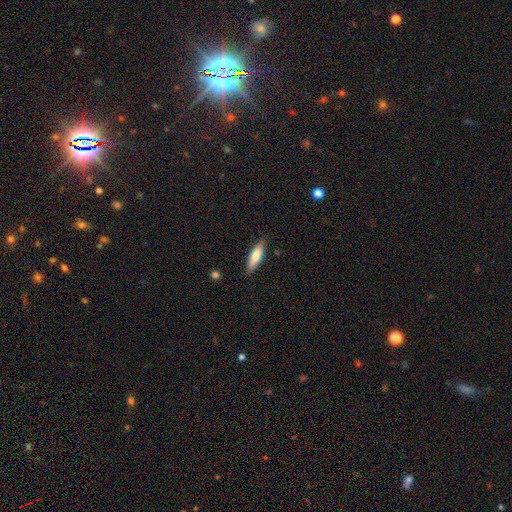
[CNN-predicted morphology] This is likely a smooth galaxy (76%). How rounded: possibly cigar-shaped (59%). Merging: clearly none (86%).